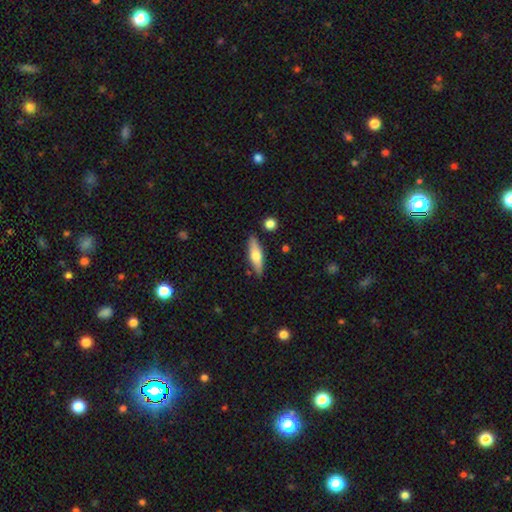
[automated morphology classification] A smooth galaxy with no disk features (53%) that is cigar-shaped (58%). Merging: none (84%).